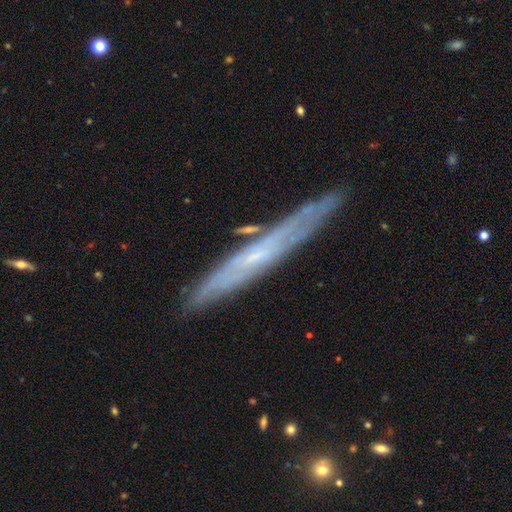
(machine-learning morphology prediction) Smooth or featured? Predicted: featured or disk (p=0.68). Edge-on disk? Predicted: yes (p=0.80). Edge-on bulge? Predicted: none (p=0.75). Merging? Predicted: none (p=0.84).